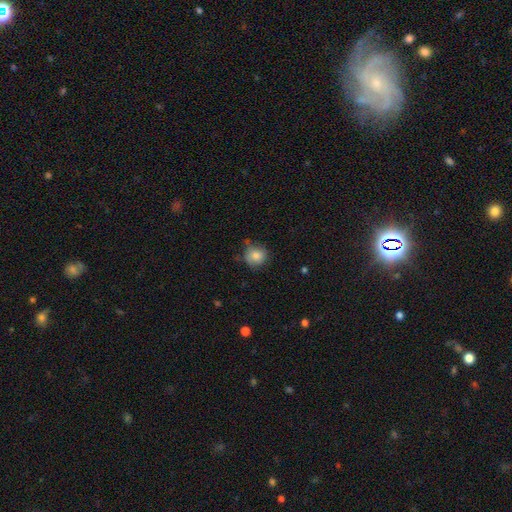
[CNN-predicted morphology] Q: Smooth or featured?
A: smooth (79%); runner-up: featured or disk (12%)
Q: How rounded?
A: round (83%); runner-up: in between (16%)
Q: Merging?
A: none (61%); runner-up: minor disturbance (28%)